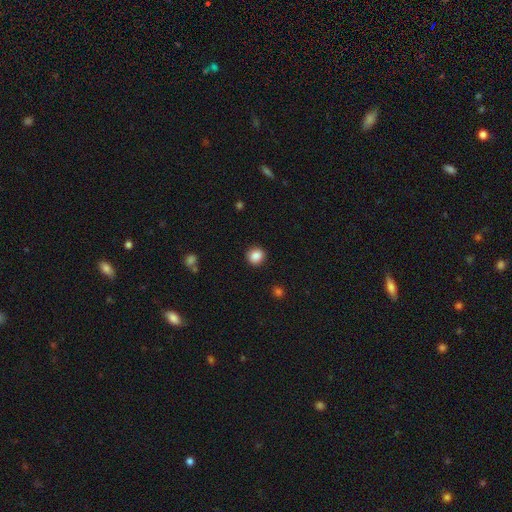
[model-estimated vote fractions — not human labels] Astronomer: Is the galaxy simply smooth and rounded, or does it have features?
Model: smooth — 87%.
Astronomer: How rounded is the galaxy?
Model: round — 90%.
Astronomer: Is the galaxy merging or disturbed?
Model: none — 91%.